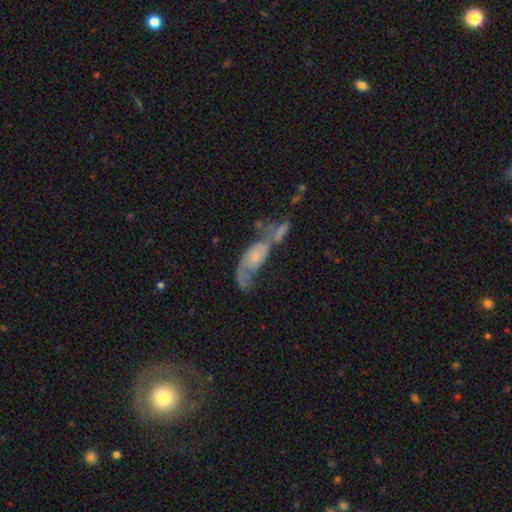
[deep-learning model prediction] featured or disk 63%, smooth 27%, star or artifact 10%. Down the decision tree: edge-on disk — no (90%); bar — no (74%); spiral arms — yes (76%); bulge size — small (50%); merging — merger (49%).